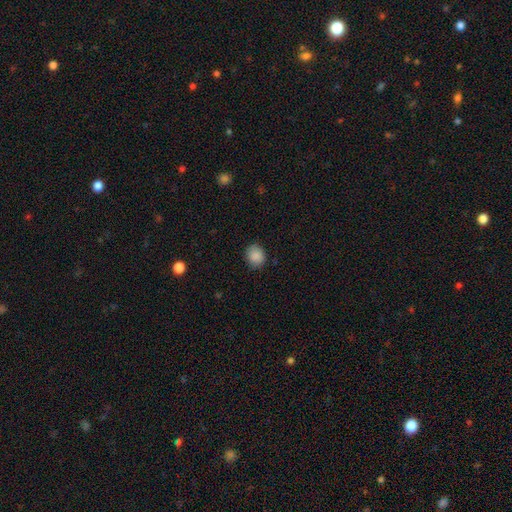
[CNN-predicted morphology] smooth_or_featured: smooth (p=0.88) [alt: star or artifact p=0.09]
how_rounded: round (p=0.67) [alt: in between p=0.32]
merging: none (p=0.83) [alt: minor disturbance p=0.13]